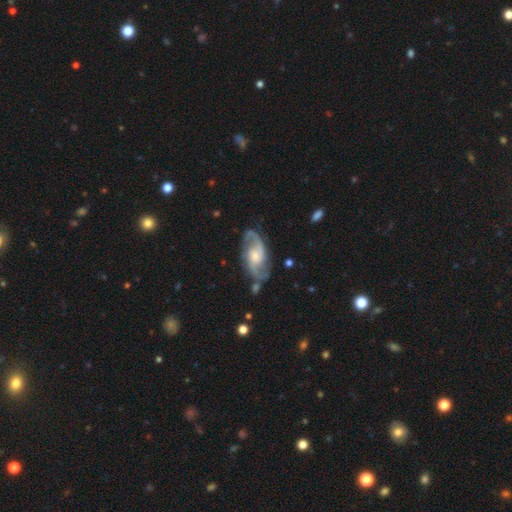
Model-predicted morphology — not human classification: This appears to be a featured or disk galaxy (87%) with no bar (50%), 2 (92%) medium (48%) spiral arms (97%) and a moderate central bulge (47%). Merging: none (77%).